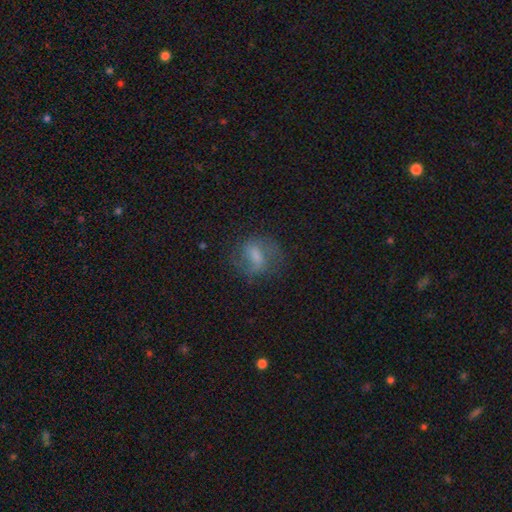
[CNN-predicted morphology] smooth-or-featured: featured or disk: 47% | smooth: 41% | star or artifact: 12%
  merging: none: 63% | minor disturbance: 21% | major disturbance: 15% | merger: 2%